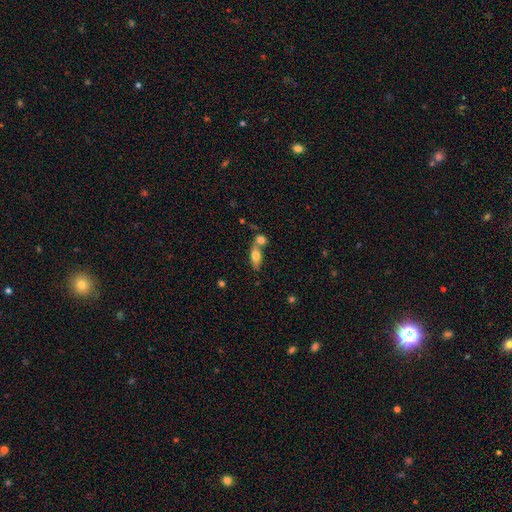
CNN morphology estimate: Overall: smooth (65%; featured or disk 27%). How rounded: in between (69%). Merging: none (45%; merger 42%).